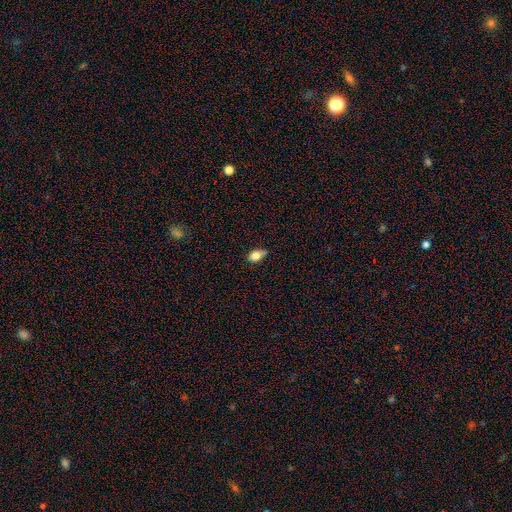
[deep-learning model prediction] smooth 82%, featured or disk 9%, star or artifact 9%. Down the decision tree: how rounded — in between (84%); merging — none (52%).